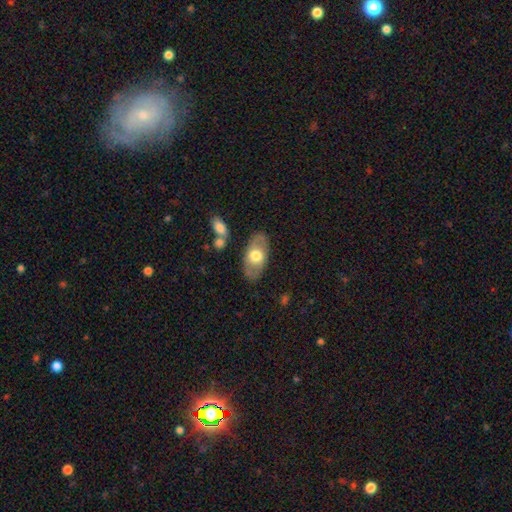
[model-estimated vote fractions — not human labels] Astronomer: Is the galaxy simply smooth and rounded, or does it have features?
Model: smooth — 56% (runner-up: featured or disk, 38%).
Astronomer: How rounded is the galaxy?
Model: in between — 92%.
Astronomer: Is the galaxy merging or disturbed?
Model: none — 79%.